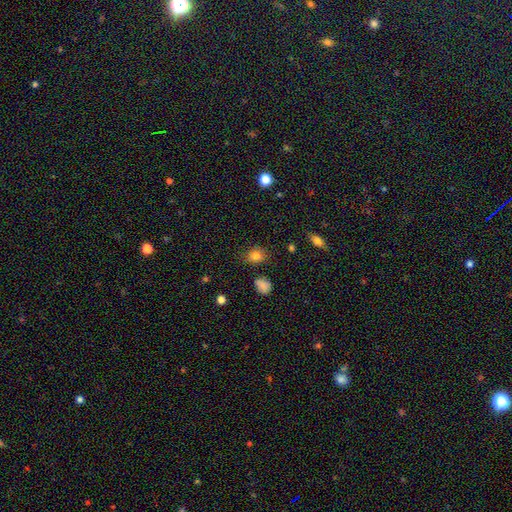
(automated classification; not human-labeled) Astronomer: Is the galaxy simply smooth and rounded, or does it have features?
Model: smooth — 81%.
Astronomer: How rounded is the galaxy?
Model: round — 56% (runner-up: in between, 43%).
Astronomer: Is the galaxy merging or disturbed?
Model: none — 79%.